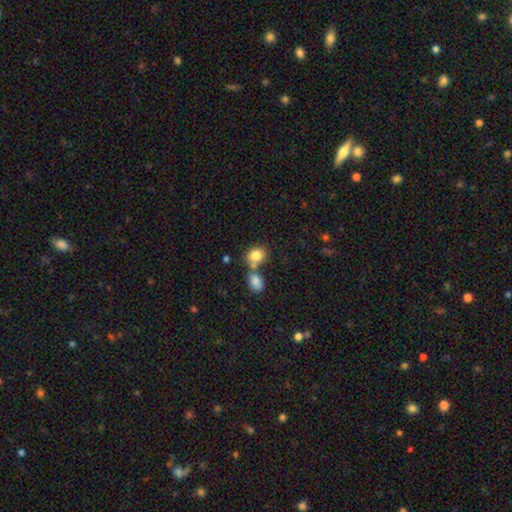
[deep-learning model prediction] Smooth or featured: smooth — 82% (star or artifact — 9%)
How rounded: in between — 55% (round — 44%)
Merging: none — 46% (merger — 39%)